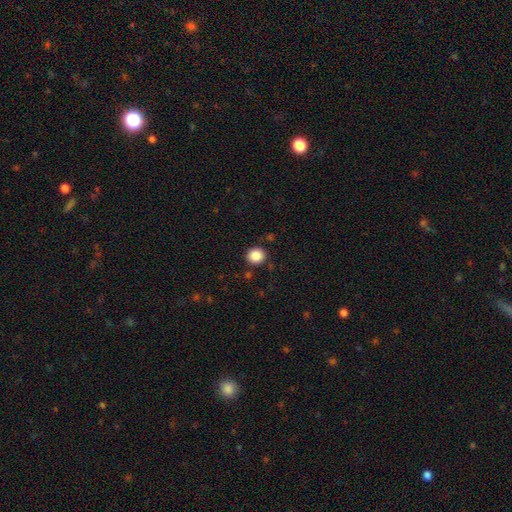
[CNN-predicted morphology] This appears to be a smooth galaxy with no disk features (87%) that is round (84%). Merging: none (88%).